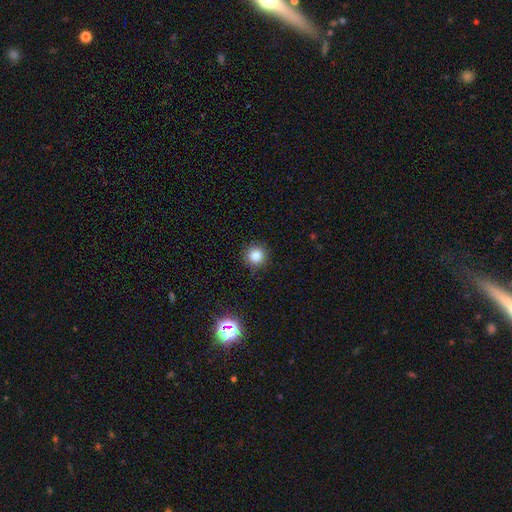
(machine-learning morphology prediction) Overall: smooth (84%). How rounded: round (94%). Merging: none (89%).